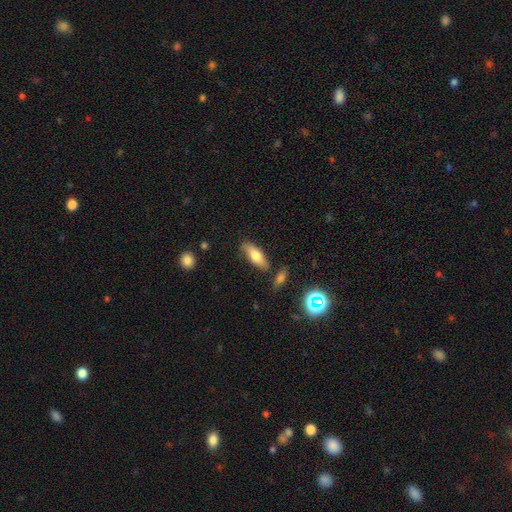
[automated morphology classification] Smooth or featured? smooth (72%)
How rounded? in between (68%)
Merging? none (73%)